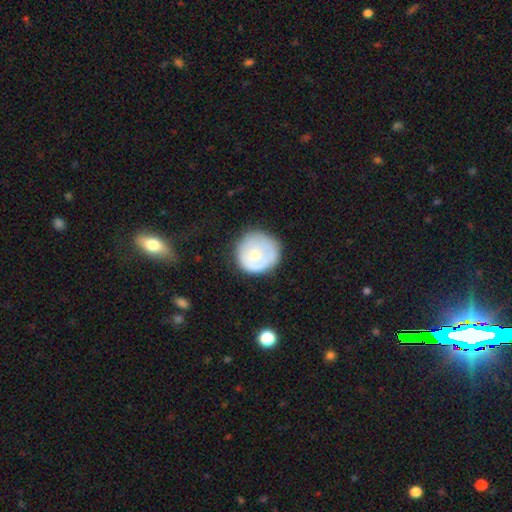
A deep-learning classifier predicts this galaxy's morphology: Smooth or featured? Predicted: smooth (p=0.61). How rounded? Predicted: round (p=0.93). Merging? Predicted: none (p=0.72).